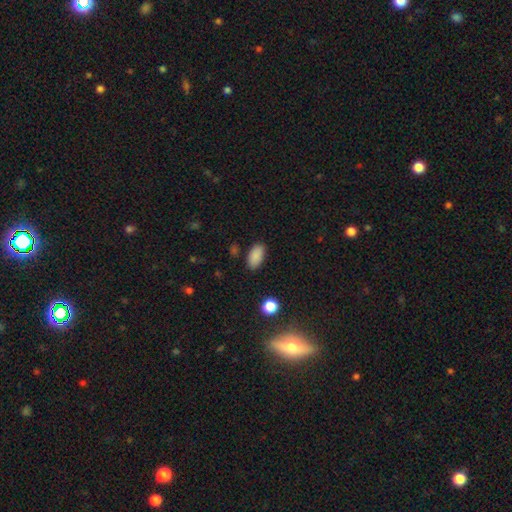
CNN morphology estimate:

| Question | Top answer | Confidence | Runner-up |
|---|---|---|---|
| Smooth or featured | smooth | 87% | star or artifact (9%) |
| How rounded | in between | 93% | cigar-shaped (4%) |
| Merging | none | 87% | minor disturbance (9%) |